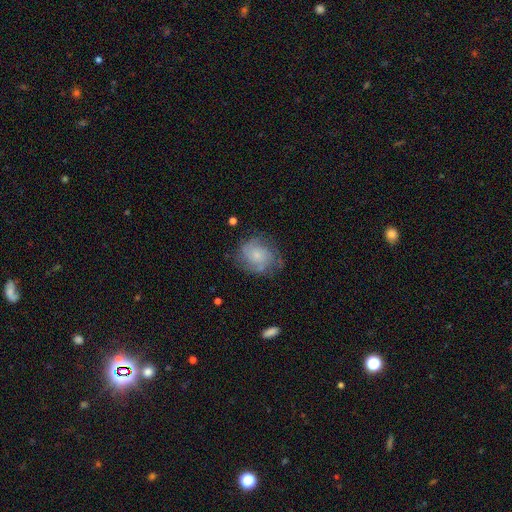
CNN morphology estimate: Smooth or featured? Predicted: featured or disk (p=0.55). Edge-on disk? Predicted: no (p=0.97). Bar? Predicted: no (p=0.79). Spiral arms? Predicted: yes (p=0.84). Bulge size? Predicted: small (p=0.62). Merging? Predicted: none (p=0.67).